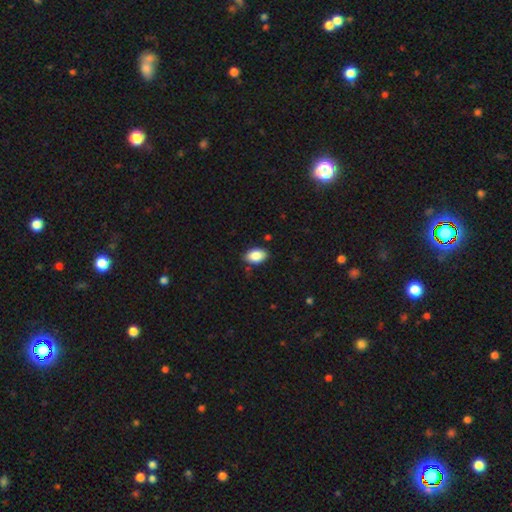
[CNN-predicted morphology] type=smooth (87%); roundness=in between (90%); merging=none (83%).